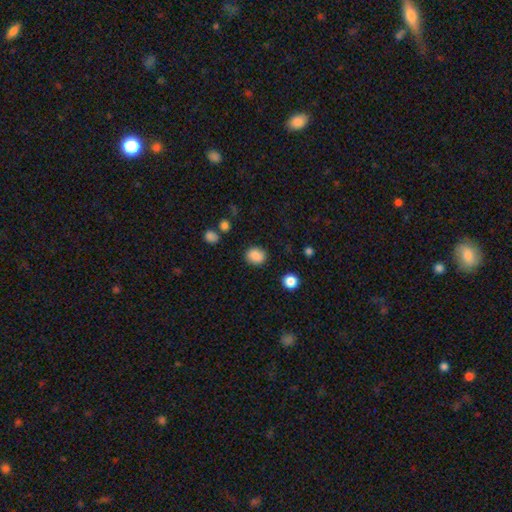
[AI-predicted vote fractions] Smooth or featured: smooth — 87% (star or artifact — 9%)
How rounded: round — 55% (in between — 44%)
Merging: none — 86% (minor disturbance — 9%)